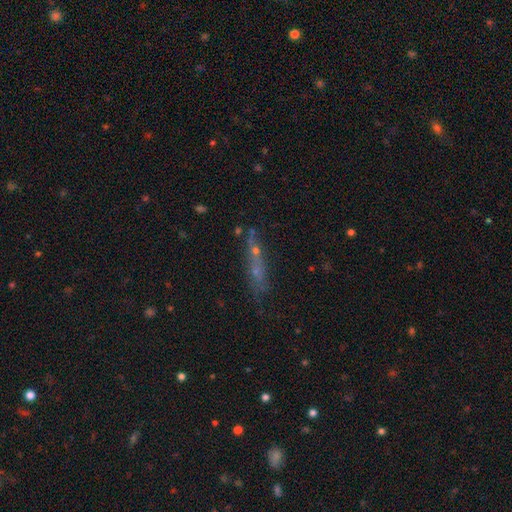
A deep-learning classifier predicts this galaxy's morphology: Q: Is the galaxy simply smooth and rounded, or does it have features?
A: smooth — 39%, tied with featured or disk.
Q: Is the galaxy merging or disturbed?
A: none — 59%.